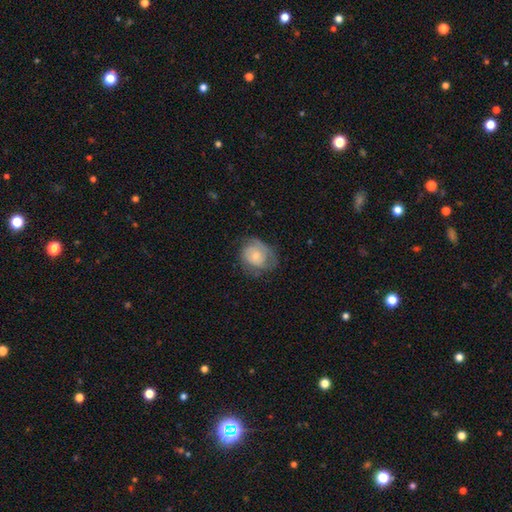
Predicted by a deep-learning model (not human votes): A featured or disk galaxy (50%). Merging: none (60%).